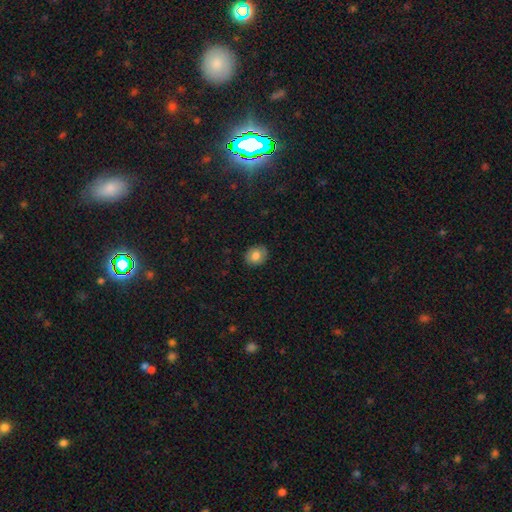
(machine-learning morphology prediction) type=smooth (75%); roundness=round (63%); merging=none (84%).